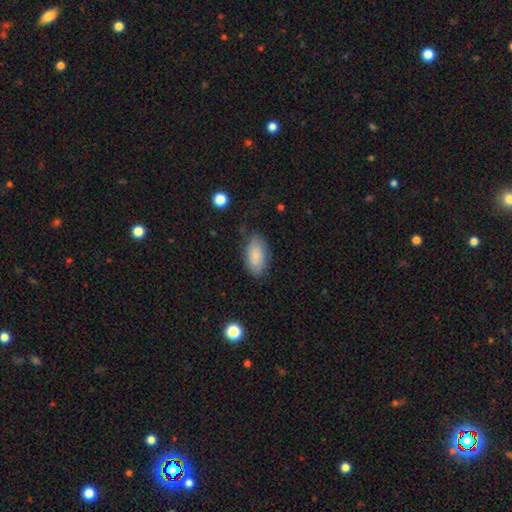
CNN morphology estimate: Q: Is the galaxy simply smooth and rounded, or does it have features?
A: smooth — 73%.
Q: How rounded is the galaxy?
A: in between — 93%.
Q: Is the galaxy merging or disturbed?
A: none — 65%.